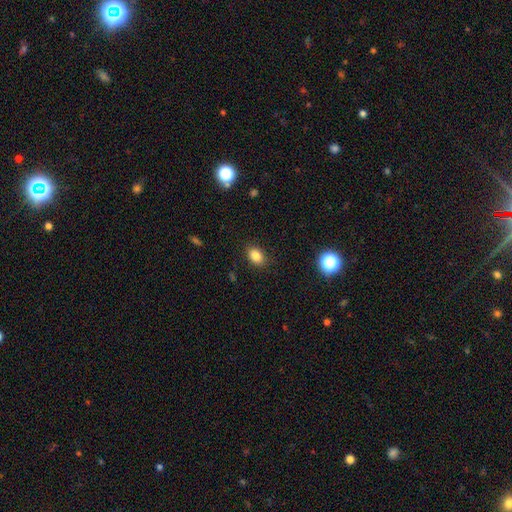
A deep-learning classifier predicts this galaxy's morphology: Q: Smooth or featured?
A: smooth (84%); runner-up: star or artifact (11%)
Q: How rounded?
A: in between (75%); runner-up: round (23%)
Q: Merging?
A: none (87%); runner-up: minor disturbance (9%)